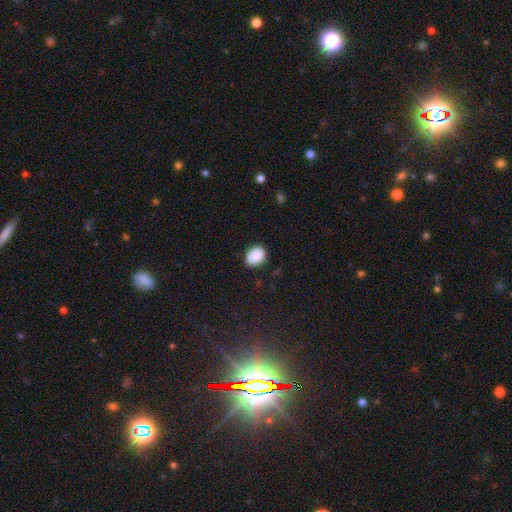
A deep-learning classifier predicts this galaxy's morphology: Smooth or featured? Predicted: smooth (p=0.89). How rounded? Predicted: in between (p=0.64). Merging? Predicted: none (p=0.84).